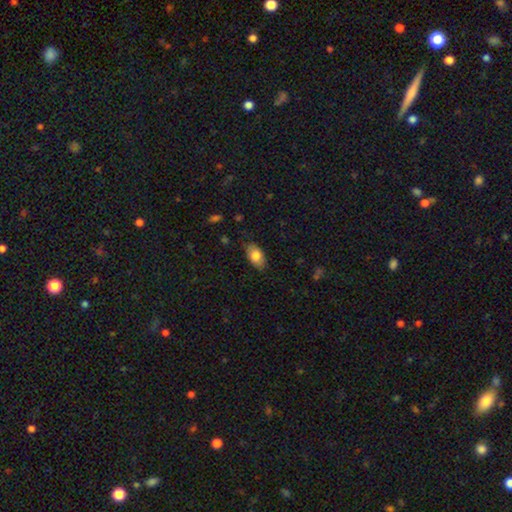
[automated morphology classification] A smooth galaxy with no disk features (79%) that is in between round and cigar-shaped (93%).

Vote fractions:
- Smooth or featured? smooth: 79% / featured or disk: 14% / star or artifact: 7%
- How rounded? in between: 93% / round: 5% / cigar-shaped: 2%
- Merging? none: 81% / minor disturbance: 15% / major disturbance: 3% / merger: 1%